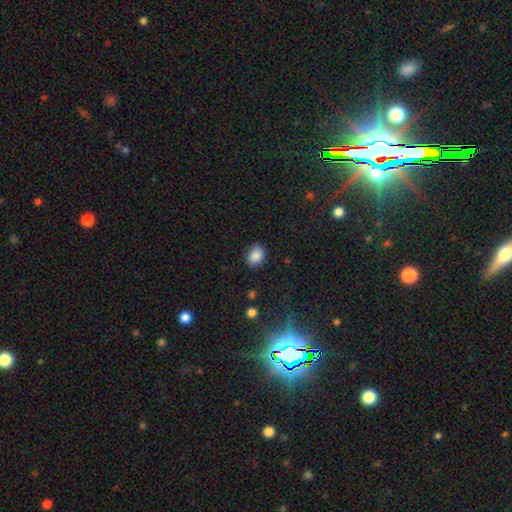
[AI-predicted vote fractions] Smooth or featured? Predicted: smooth (p=0.87). How rounded? Predicted: in between (p=0.71). Merging? Predicted: none (p=0.84).